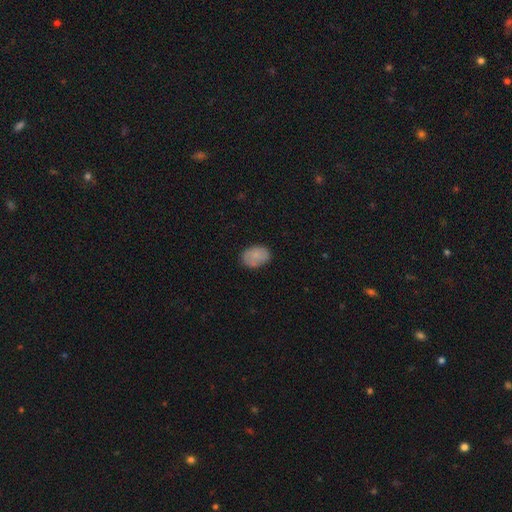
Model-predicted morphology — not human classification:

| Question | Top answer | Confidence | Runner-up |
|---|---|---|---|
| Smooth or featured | smooth | 81% | featured or disk (11%) |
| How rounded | in between | 79% | round (20%) |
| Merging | none | 78% | minor disturbance (17%) |